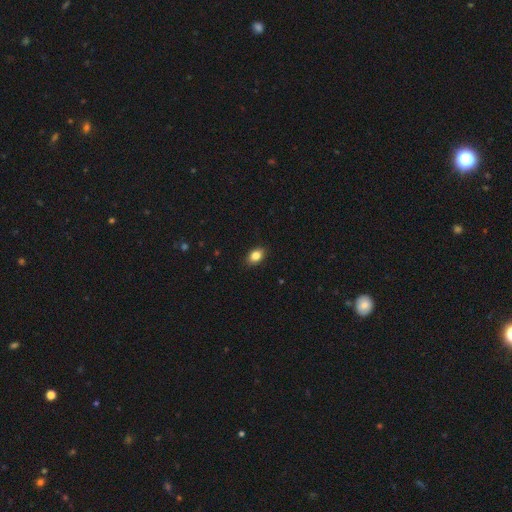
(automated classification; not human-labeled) This appears to be a smooth galaxy with no disk features (85%) that is in between round and cigar-shaped (80%). Merging: none (88%).